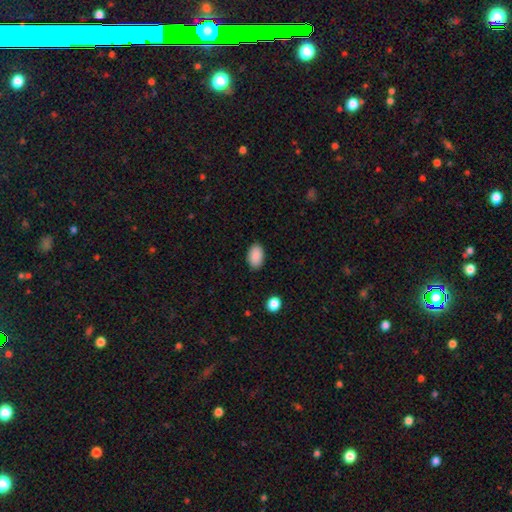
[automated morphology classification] smooth 90%, star or artifact 7%, featured or disk 3%. Down the decision tree: how rounded — in between (92%); merging — none (89%).